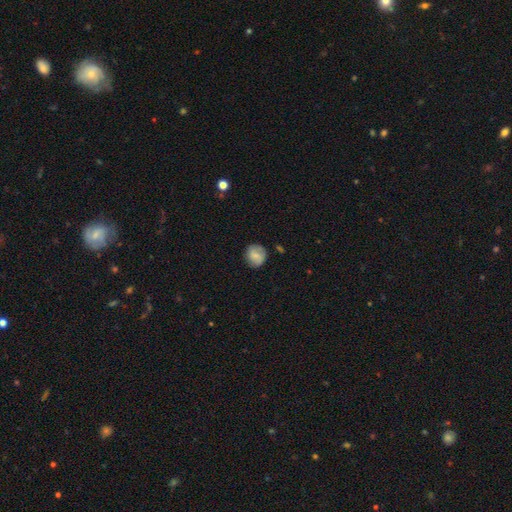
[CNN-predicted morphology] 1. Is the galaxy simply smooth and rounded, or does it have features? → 76% smooth, 16% featured or disk, 8% star or artifact.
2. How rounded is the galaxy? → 80% round, 19% in between, 1% cigar-shaped.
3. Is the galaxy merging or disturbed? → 78% none, 17% minor disturbance, 4% major disturbance, 2% merger.